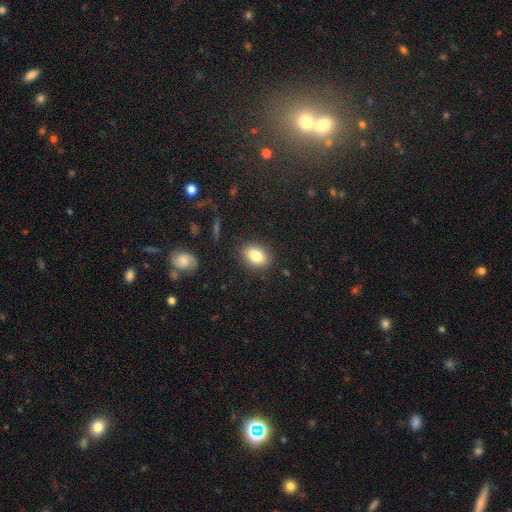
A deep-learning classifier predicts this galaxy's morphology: A smooth galaxy with no disk features (82%) that is in between round and cigar-shaped (77%). Merging: none (87%).